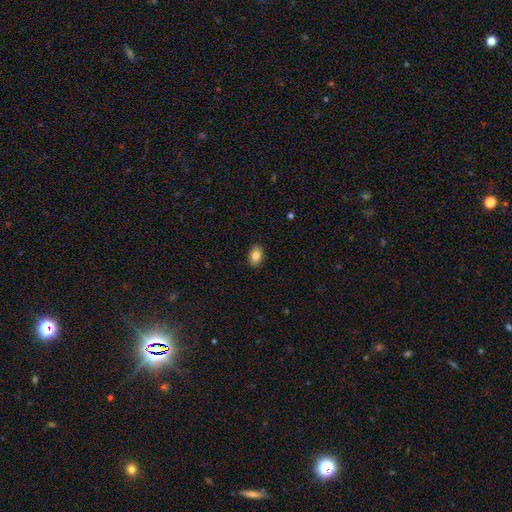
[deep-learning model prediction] A smooth galaxy with no disk features (84%) that is in between round and cigar-shaped (84%).

Vote fractions:
- Smooth or featured? smooth: 84% / star or artifact: 8% / featured or disk: 8%
- How rounded? in between: 84% / round: 15% / cigar-shaped: 1%
- Merging? none: 90% / minor disturbance: 7% / major disturbance: 2% / merger: 1%